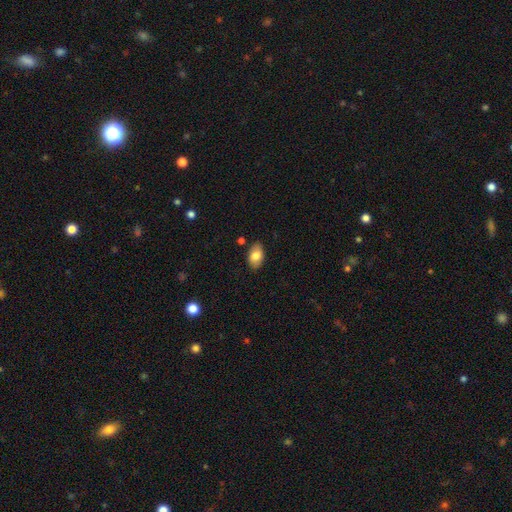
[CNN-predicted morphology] smooth_or_featured: smooth (p=0.79) [alt: featured or disk p=0.14]
how_rounded: in between (p=0.91) [alt: round p=0.07]
merging: none (p=0.84) [alt: minor disturbance p=0.11]